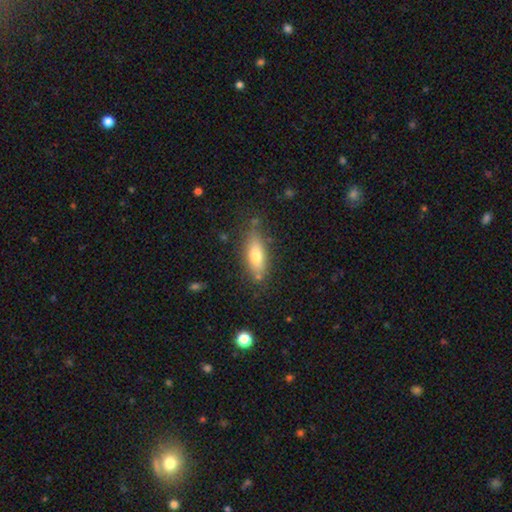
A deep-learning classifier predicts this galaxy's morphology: Q: Smooth or featured?
A: smooth (70%); runner-up: featured or disk (22%)
Q: How rounded?
A: in between (68%); runner-up: cigar-shaped (29%)
Q: Merging?
A: none (76%); runner-up: minor disturbance (16%)